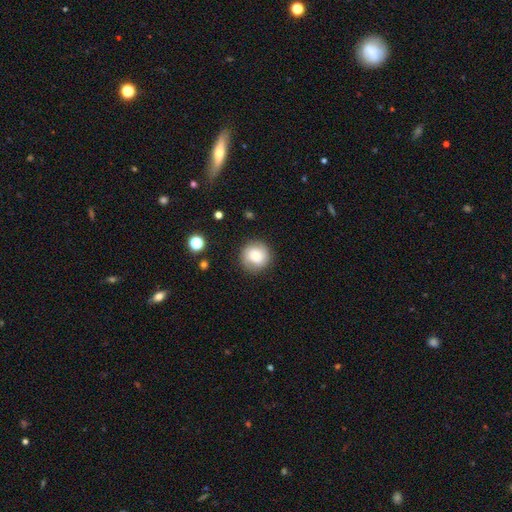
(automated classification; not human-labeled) This is likely a smooth galaxy (67%). How rounded: clearly round (93%). Merging: clearly none (85%).